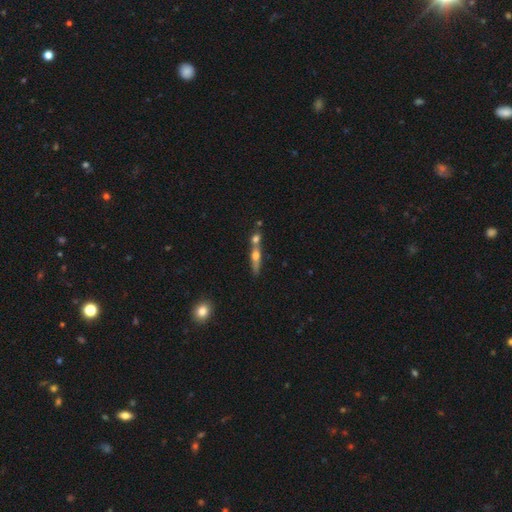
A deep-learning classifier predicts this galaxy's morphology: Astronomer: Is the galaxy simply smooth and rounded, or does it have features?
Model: featured or disk — 47% (runner-up: smooth, 45%).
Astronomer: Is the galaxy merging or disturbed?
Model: none — 44% (runner-up: merger, 43%).